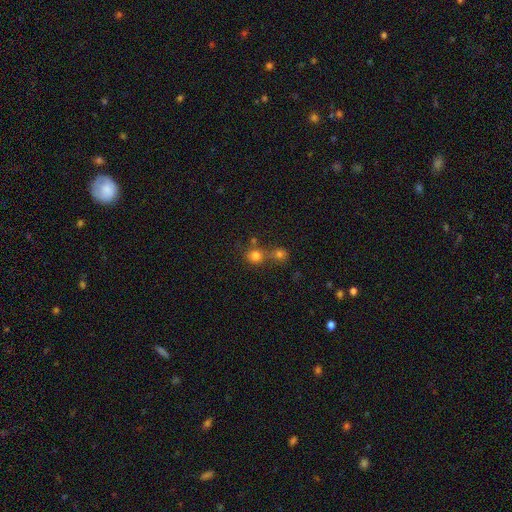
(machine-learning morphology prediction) Smooth or featured: smooth — 78% (star or artifact — 15%)
How rounded: round — 86% (in between — 13%)
Merging: none — 51% (merger — 38%)